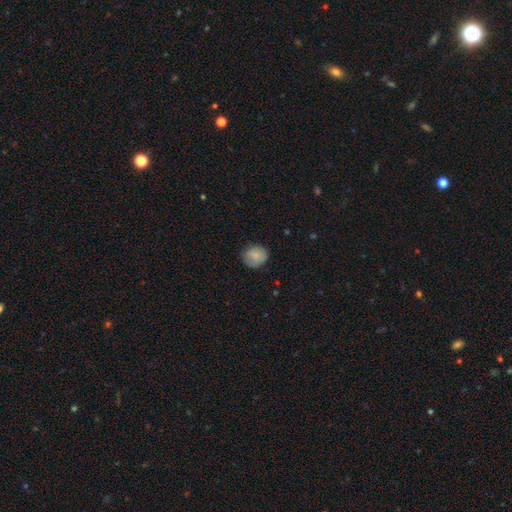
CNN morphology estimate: A smooth galaxy with no disk features (82%) that is round (73%).

Vote fractions:
- Smooth or featured? smooth: 82% / featured or disk: 10% / star or artifact: 8%
- How rounded? round: 73% / in between: 26% / cigar-shaped: 1%
- Merging? none: 76% / minor disturbance: 19% / major disturbance: 4% / merger: 1%